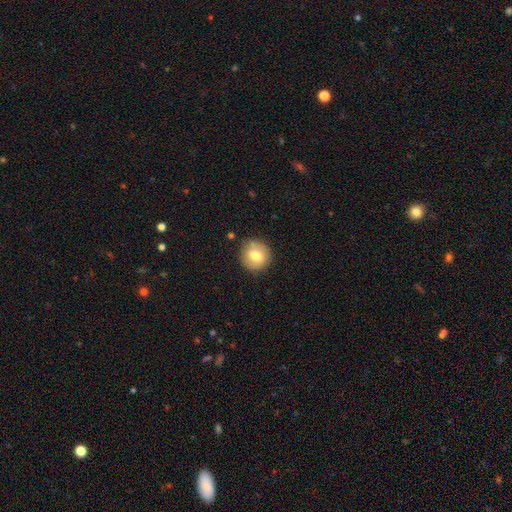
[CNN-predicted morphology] A smooth galaxy with no disk features (74%) that is round (92%). Merging: none (83%).